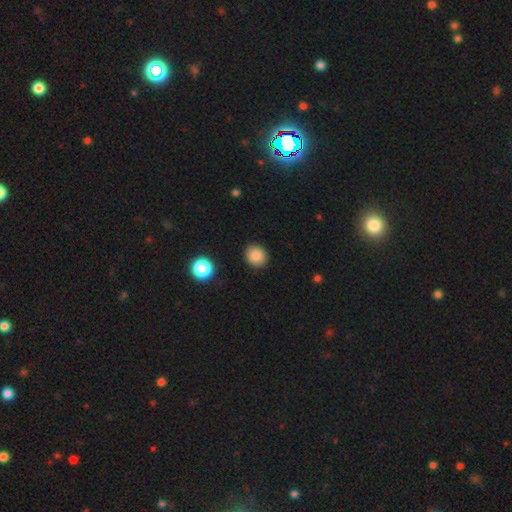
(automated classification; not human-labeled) Smooth or featured: smooth — 87% (star or artifact — 9%)
How rounded: round — 75% (in between — 24%)
Merging: none — 90% (minor disturbance — 6%)